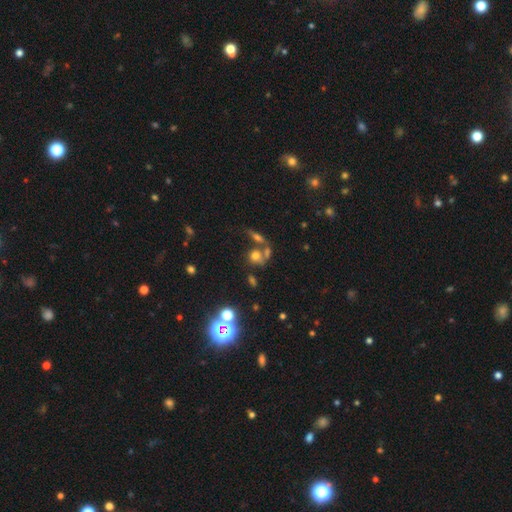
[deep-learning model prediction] Morphology: type=smooth (59%); roundness=round (68%); merging=merger (42%).